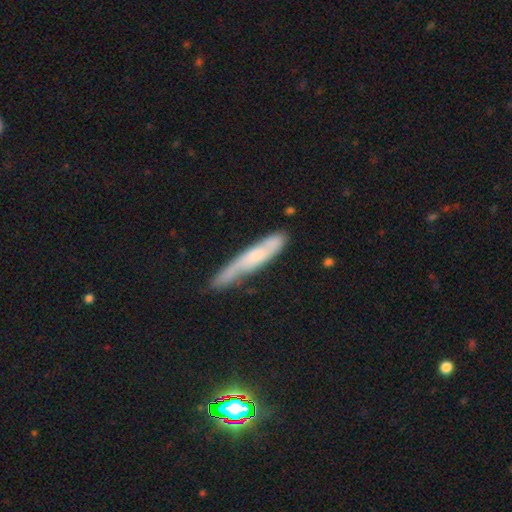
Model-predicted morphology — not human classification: Smooth or featured: smooth — 47% (featured or disk — 46%)
Merging: none — 61% (minor disturbance — 27%)